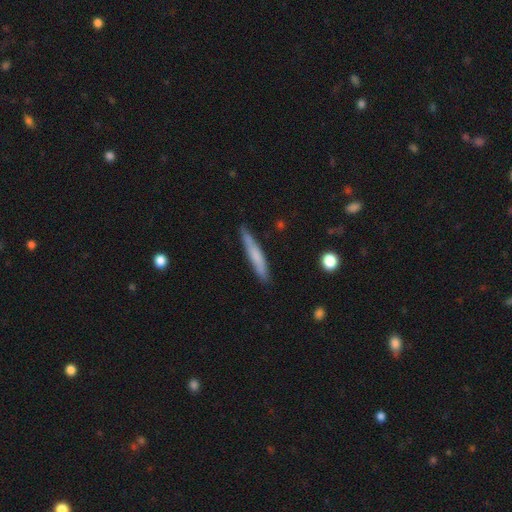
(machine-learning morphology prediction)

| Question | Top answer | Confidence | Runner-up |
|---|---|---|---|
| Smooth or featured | smooth | 62% | featured or disk (32%) |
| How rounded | cigar-shaped | 94% | in between (5%) |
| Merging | none | 84% | minor disturbance (13%) |